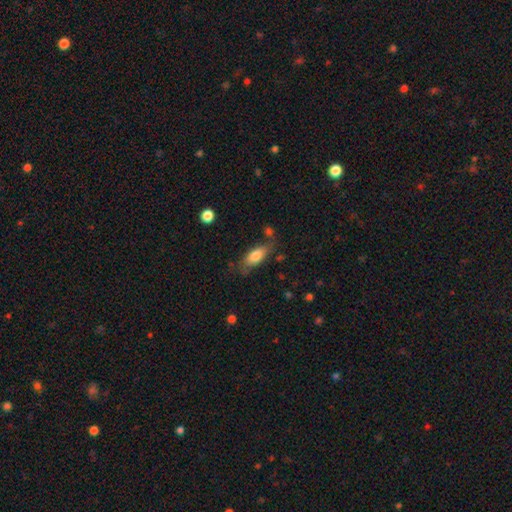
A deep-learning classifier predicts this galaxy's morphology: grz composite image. It shows a smooth galaxy with no disk features (76%) that is in between round and cigar-shaped (79%). Merging: none (65%).